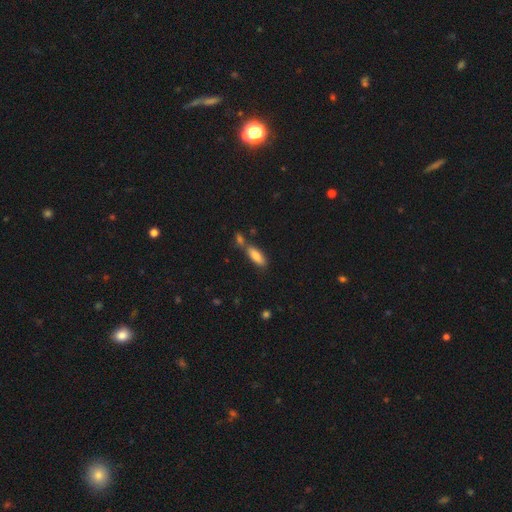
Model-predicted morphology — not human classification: type=smooth (83%); roundness=in between (60%); merging=none (56%).